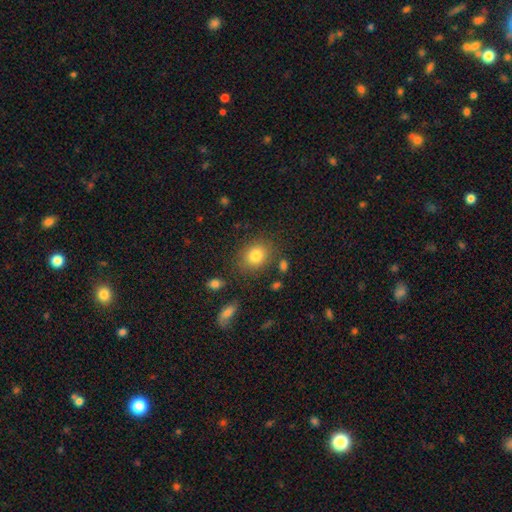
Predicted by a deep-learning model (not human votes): A smooth galaxy with no disk features (81%) that is round (57%).

Vote fractions:
- Smooth or featured? smooth: 81% / star or artifact: 10% / featured or disk: 8%
- How rounded? round: 57% / in between: 42% / cigar-shaped: 1%
- Merging? none: 81% / minor disturbance: 12% / major disturbance: 4% / merger: 4%